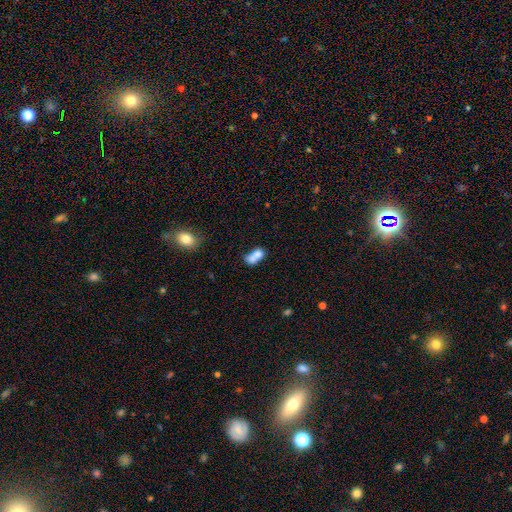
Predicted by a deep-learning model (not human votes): Q: Smooth or featured?
A: smooth (72%); runner-up: featured or disk (18%)
Q: How rounded?
A: in between (71%); runner-up: round (23%)
Q: Merging?
A: merger (64%); runner-up: none (20%)